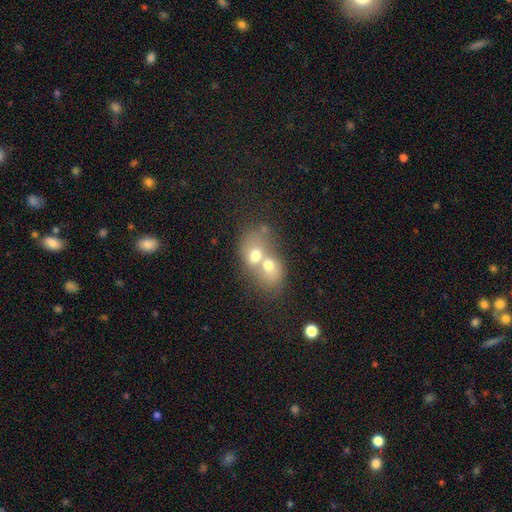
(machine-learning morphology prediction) smooth_or_featured: smooth (p=0.60) [alt: featured or disk p=0.30]
how_rounded: in between (p=0.62) [alt: round p=0.37]
merging: merger (p=0.78) [alt: none p=0.13]